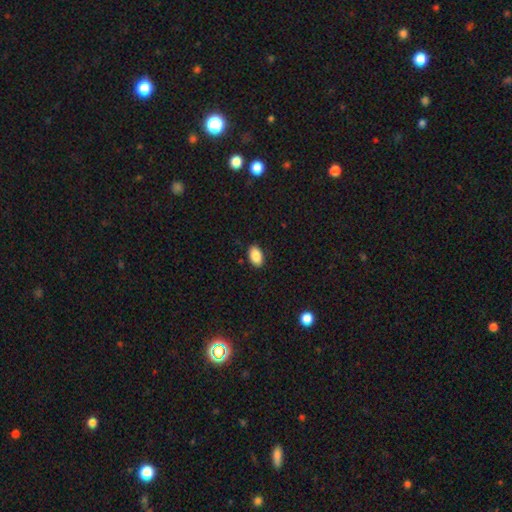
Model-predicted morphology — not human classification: smooth 87%, star or artifact 8%, featured or disk 5%. Down the decision tree: how rounded — in between (91%); merging — none (88%).